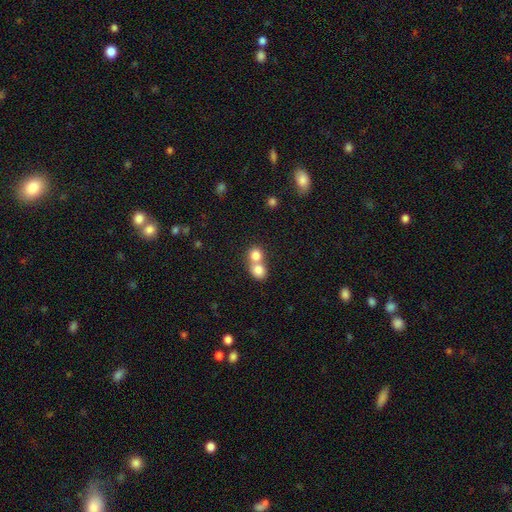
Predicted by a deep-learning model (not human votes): smooth-or-featured: smooth: 79% | featured or disk: 11% | star or artifact: 10%
  how-rounded: round: 79% | in between: 20% | cigar-shaped: 1%
  merging: merger: 65% | none: 29% | minor disturbance: 4% | major disturbance: 2%